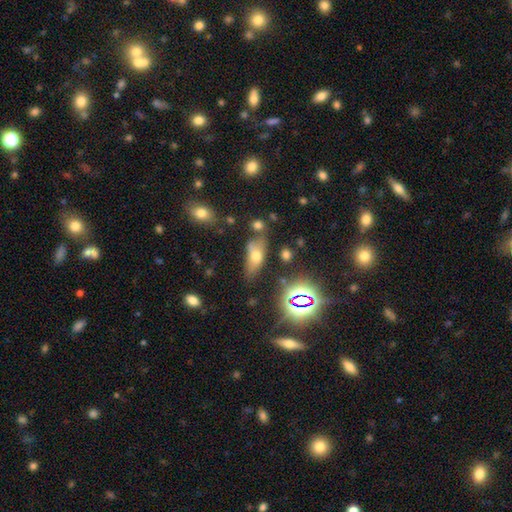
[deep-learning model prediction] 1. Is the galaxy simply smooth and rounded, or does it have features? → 57% smooth, 25% featured or disk, 18% star or artifact.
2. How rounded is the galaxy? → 78% in between, 16% cigar-shaped, 6% round.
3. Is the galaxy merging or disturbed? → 51% none, 25% minor disturbance, 12% major disturbance, 12% merger.